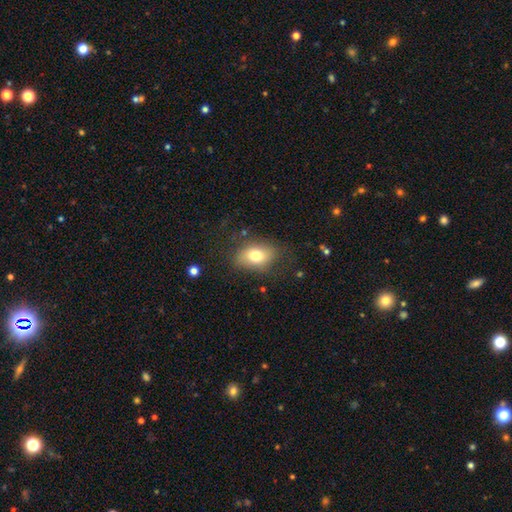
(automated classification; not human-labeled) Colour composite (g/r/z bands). It shows a smooth galaxy with no disk features (74%) that is in between round and cigar-shaped (78%). Merging: none (74%).